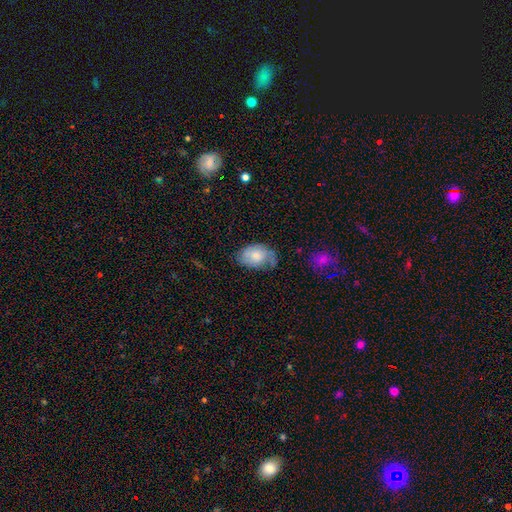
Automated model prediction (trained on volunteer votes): This appears to be a smooth galaxy with no disk features (57%) that is in between round and cigar-shaped (85%). Merging: none (49%).